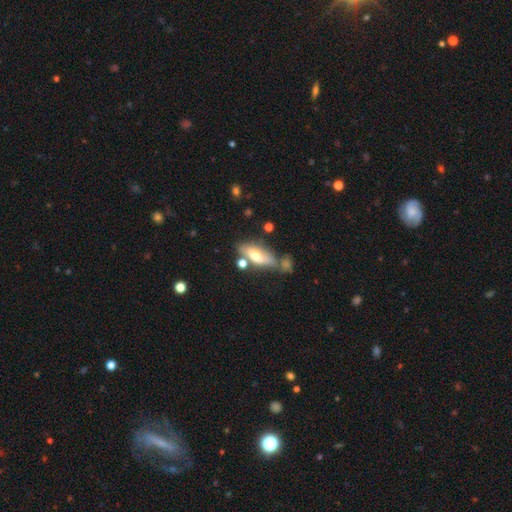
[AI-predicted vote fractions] Q: Smooth or featured?
A: smooth (54%); runner-up: featured or disk (38%)
Q: How rounded?
A: in between (69%); runner-up: cigar-shaped (28%)
Q: Merging?
A: none (52%); runner-up: merger (20%)